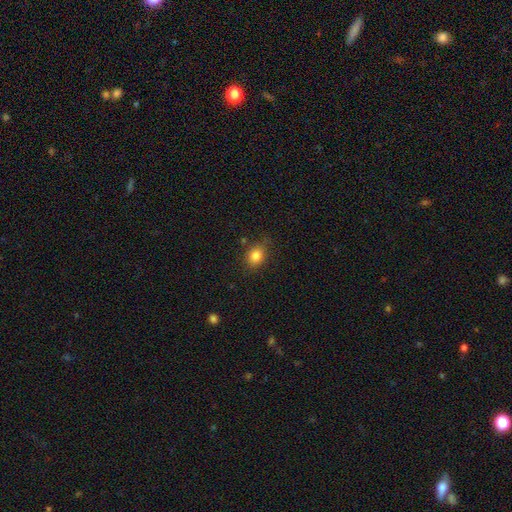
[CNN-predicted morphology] Smooth or featured?
  - smooth: 83% *
  - star or artifact: 11%
  - featured or disk: 6%
How rounded?
  - round: 51% *
  - in between: 48%
  - cigar-shaped: 1%
Merging?
  - none: 78% *
  - minor disturbance: 16%
  - major disturbance: 4%
  - merger: 2%